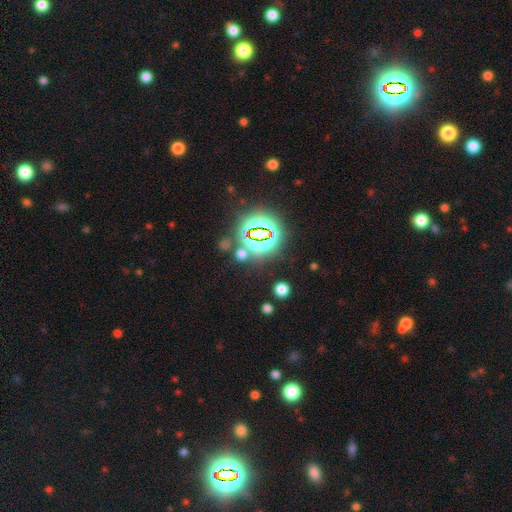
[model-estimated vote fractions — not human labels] Morphology: type=star or artifact (82%).